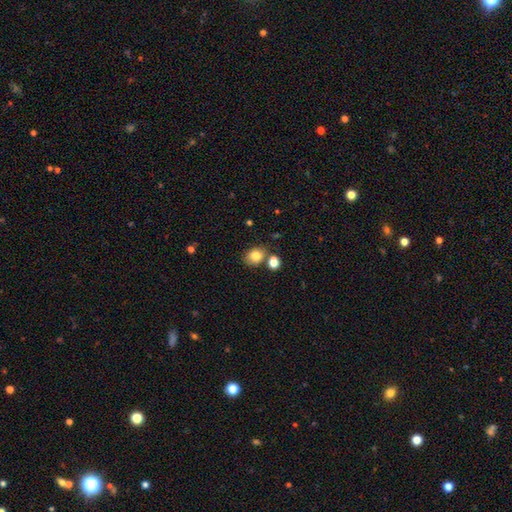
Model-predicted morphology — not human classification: The model was most divided on "how rounded": round: 53%, in between: 46%, cigar-shaped: 1%. More confident: smooth or featured — smooth (82%); merging — none (67%).